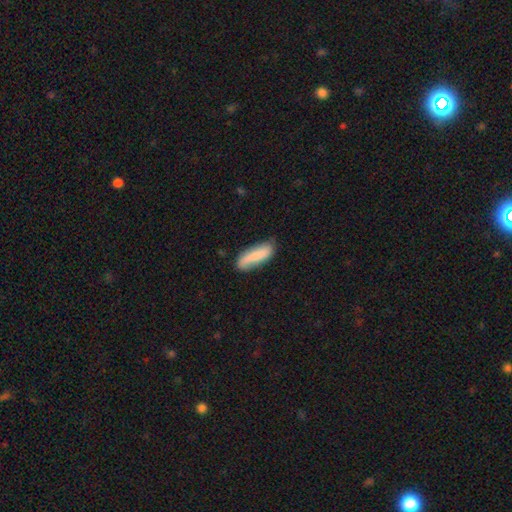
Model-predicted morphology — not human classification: A smooth galaxy with no disk features (76%) that is cigar-shaped (53%).

Vote fractions:
- Smooth or featured? smooth: 76% / featured or disk: 18% / star or artifact: 6%
- How rounded? cigar-shaped: 53% / in between: 45% / round: 2%
- Merging? none: 69% / minor disturbance: 23% / major disturbance: 5% / merger: 2%